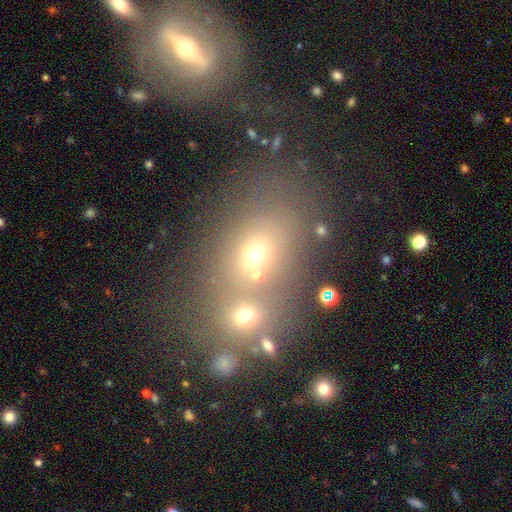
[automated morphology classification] Q: Smooth or featured?
A: smooth (62%); runner-up: star or artifact (20%)
Q: How rounded?
A: in between (55%); runner-up: round (44%)
Q: Merging?
A: merger (50%); runner-up: none (36%)